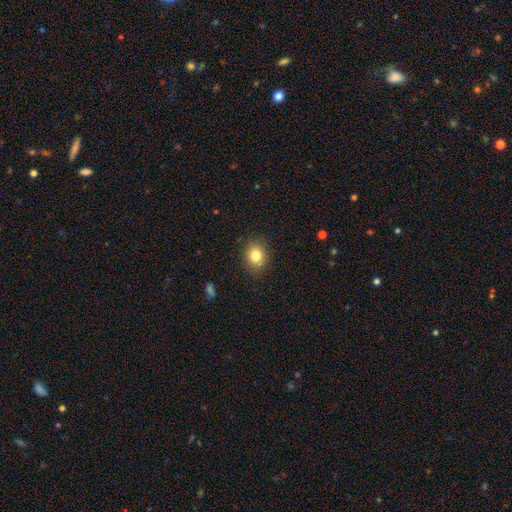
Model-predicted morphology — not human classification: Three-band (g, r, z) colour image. It shows a smooth galaxy with no disk features (81%) that is round (69%). Merging: none (88%).